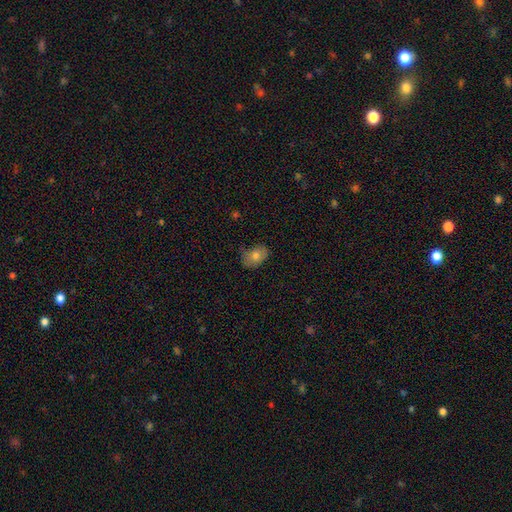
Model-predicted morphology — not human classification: smooth_or_featured: smooth (p=0.74) [alt: featured or disk p=0.17]
how_rounded: in between (p=0.79) [alt: round p=0.20]
merging: none (p=0.65) [alt: minor disturbance p=0.28]